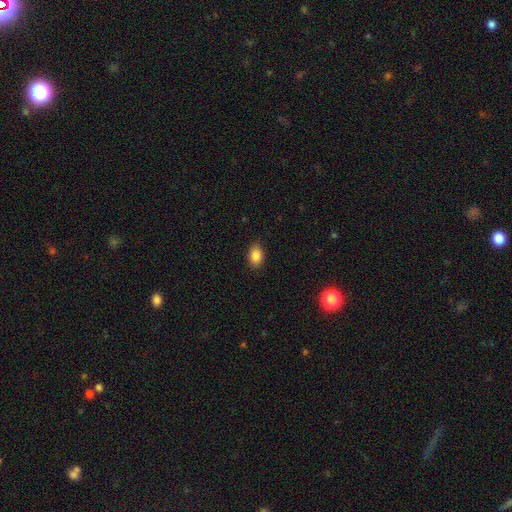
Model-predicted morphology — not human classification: Smooth or featured? smooth (86%)
How rounded? in between (82%)
Merging? none (88%)